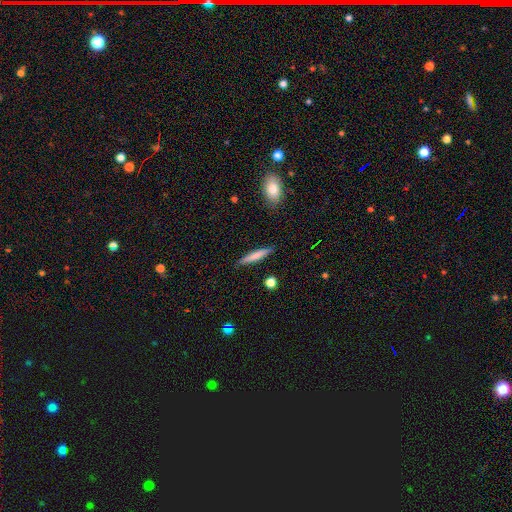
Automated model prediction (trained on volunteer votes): Smooth or featured?
  - smooth: 70% *
  - featured or disk: 23%
  - star or artifact: 6%
How rounded?
  - cigar-shaped: 92% *
  - in between: 7%
  - round: 2%
Merging?
  - none: 88% *
  - minor disturbance: 8%
  - major disturbance: 2%
  - merger: 2%